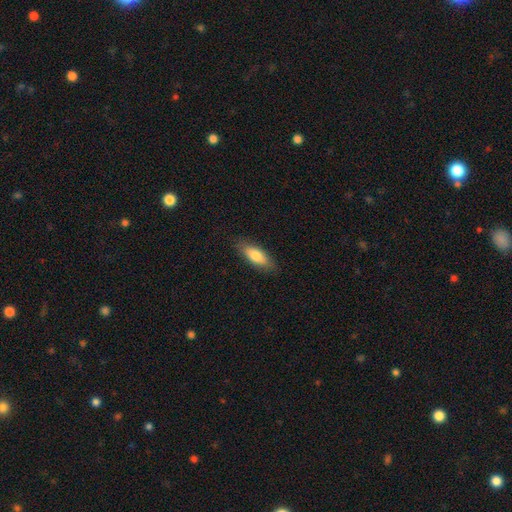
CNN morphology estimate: Smooth or featured? smooth (78%)
How rounded? in between (71%)
Merging? none (84%)